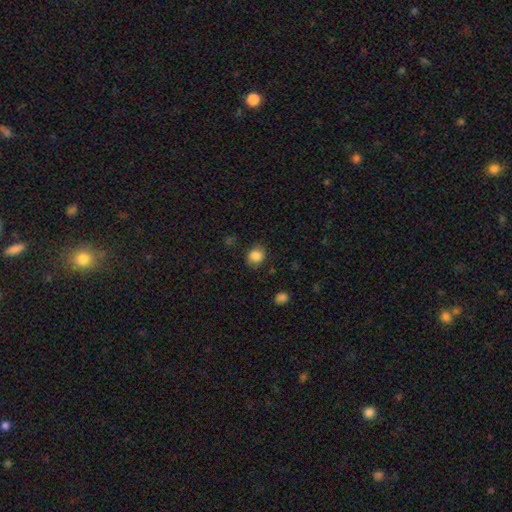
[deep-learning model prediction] Smooth or featured?
  - smooth: 85% *
  - star or artifact: 10%
  - featured or disk: 5%
How rounded?
  - round: 73% *
  - in between: 26%
  - cigar-shaped: 1%
Merging?
  - none: 84% *
  - minor disturbance: 12%
  - major disturbance: 3%
  - merger: 1%